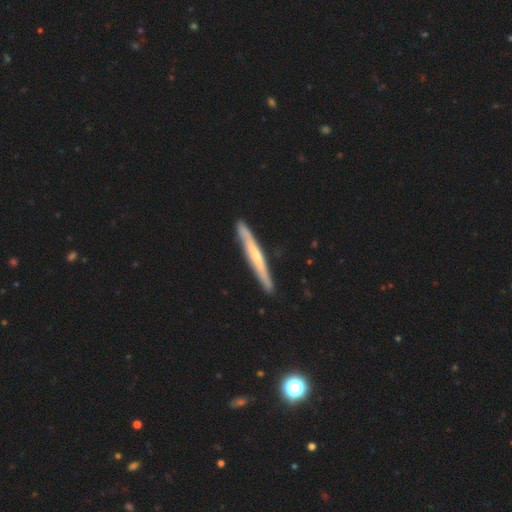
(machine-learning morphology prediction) The model was most divided on "edge-on bulge": none: 49%, rounded: 44%, boxy: 8%. More confident: edge-on disk — yes (93%); merging — none (89%); smooth or featured — featured or disk (58%).